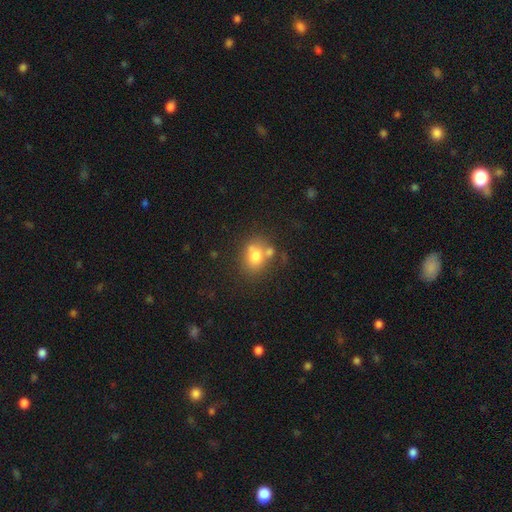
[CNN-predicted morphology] Smooth or featured? smooth (73%)
How rounded? in between (54%)
Merging? none (48%)